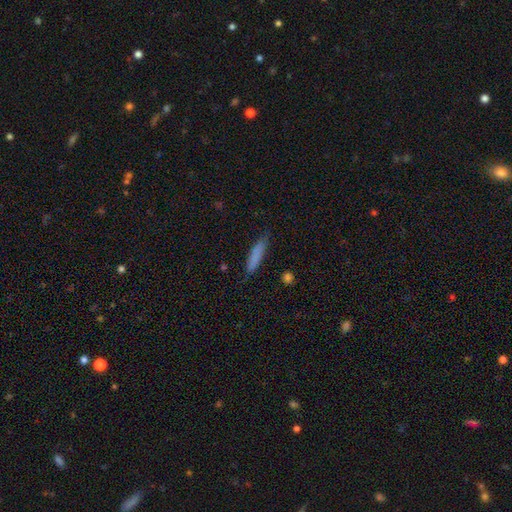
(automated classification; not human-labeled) smooth-or-featured: smooth: 81% | featured or disk: 12% | star or artifact: 7%
  how-rounded: cigar-shaped: 85% | in between: 13% | round: 1%
  merging: none: 82% | minor disturbance: 14% | major disturbance: 3% | merger: 1%